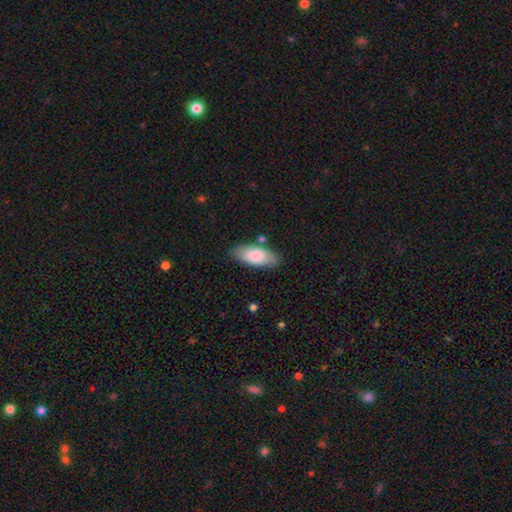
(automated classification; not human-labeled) Morphology: type=smooth (81%); roundness=in between (84%); merging=none (81%).